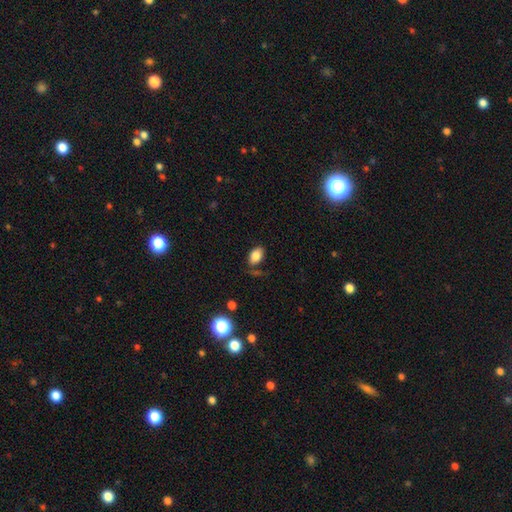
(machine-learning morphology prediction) Smooth or featured: smooth — 82% (star or artifact — 9%)
How rounded: in between — 88% (round — 11%)
Merging: none — 71% (minor disturbance — 18%)